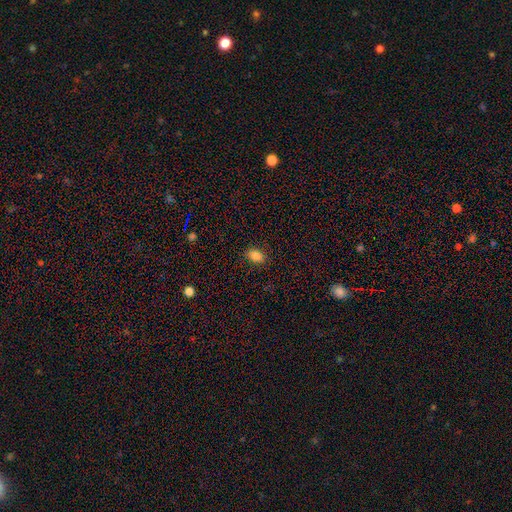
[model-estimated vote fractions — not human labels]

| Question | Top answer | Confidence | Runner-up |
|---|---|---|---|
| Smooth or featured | smooth | 85% | star or artifact (10%) |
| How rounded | in between | 84% | round (14%) |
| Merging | none | 86% | minor disturbance (10%) |